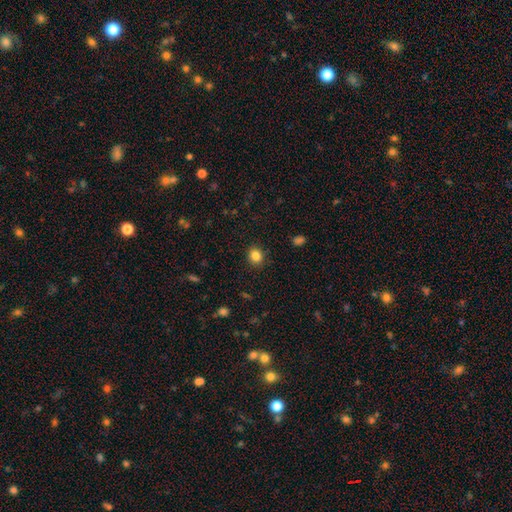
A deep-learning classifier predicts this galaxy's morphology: Smooth or featured: smooth — 84% (star or artifact — 11%)
How rounded: round — 70% (in between — 29%)
Merging: none — 89% (minor disturbance — 7%)